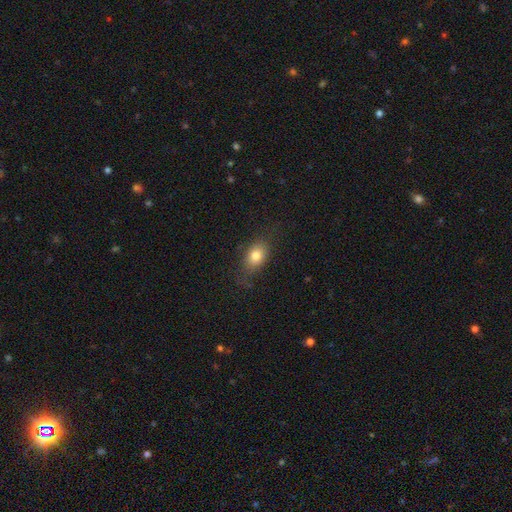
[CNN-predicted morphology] Smooth or featured? smooth (78%)
How rounded? in between (72%)
Merging? none (71%)